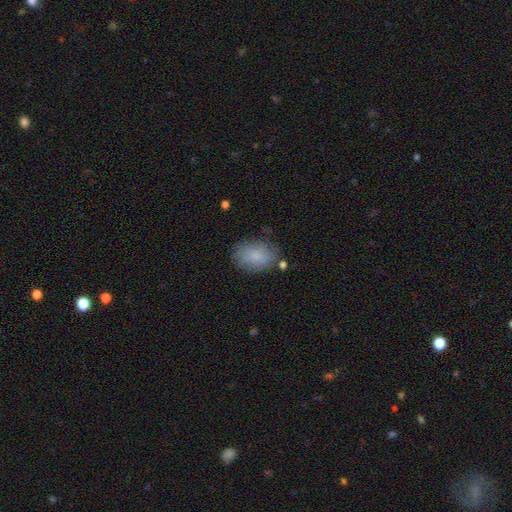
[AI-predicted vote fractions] Morphology: type=smooth (81%); roundness=in between (83%); merging=none (75%).